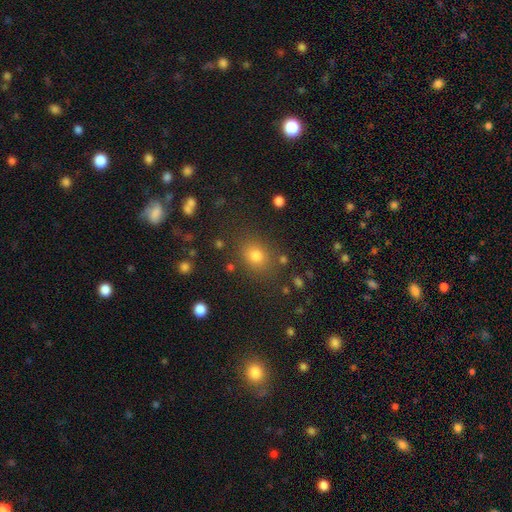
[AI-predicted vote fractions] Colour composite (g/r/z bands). It shows a smooth galaxy with no disk features (72%) that is round (63%). Merging: none (82%).